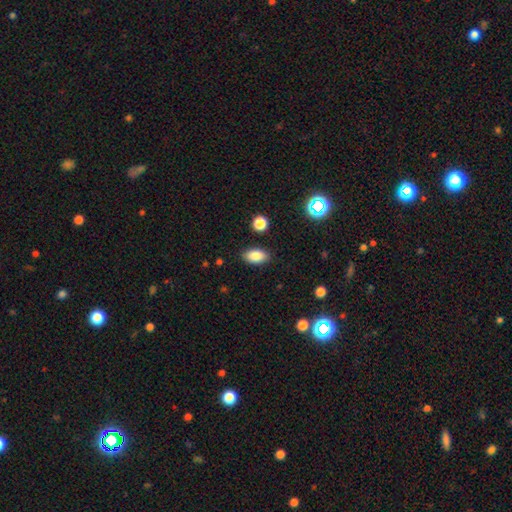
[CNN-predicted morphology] smooth 84%, star or artifact 9%, featured or disk 6%. Down the decision tree: how rounded — in between (90%); merging — none (87%).